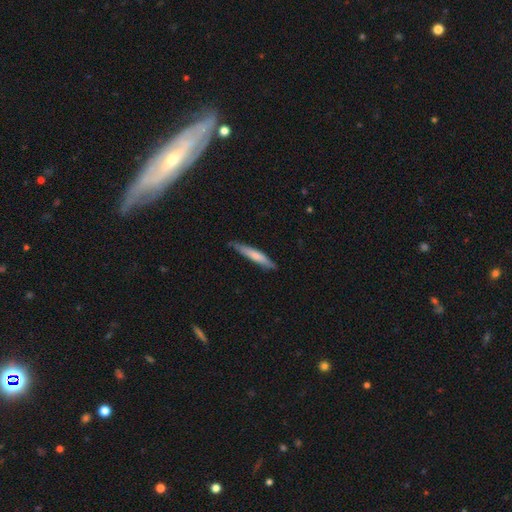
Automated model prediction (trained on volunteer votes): A smooth galaxy with no disk features (68%) that is cigar-shaped (92%). Merging: none (82%).